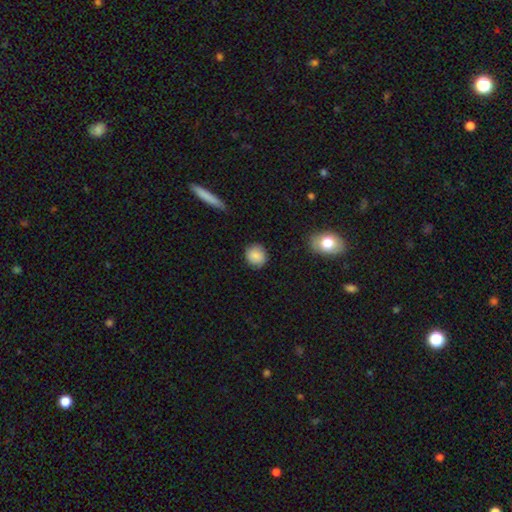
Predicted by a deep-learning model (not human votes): A smooth galaxy with no disk features (86%) that is round (86%). Merging: none (86%).